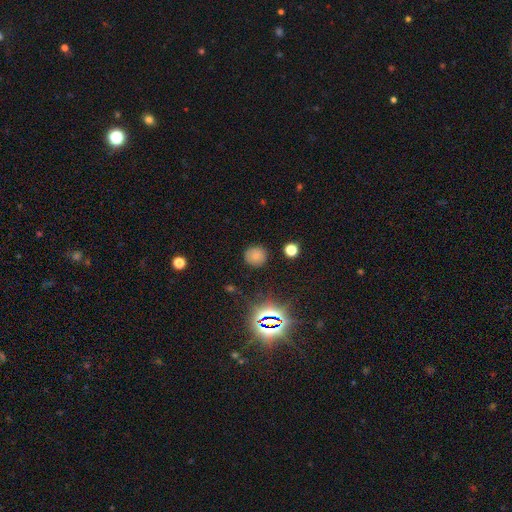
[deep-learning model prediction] Overall: smooth (73%). How rounded: round (89%). Merging: none (87%).